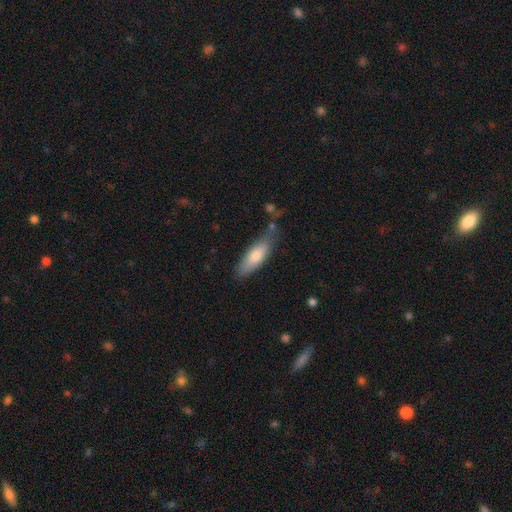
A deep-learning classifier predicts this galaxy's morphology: The model was most divided on "how rounded": in between: 53%, cigar-shaped: 45%, round: 2%. More confident: smooth or featured — smooth (71%); merging — none (69%).